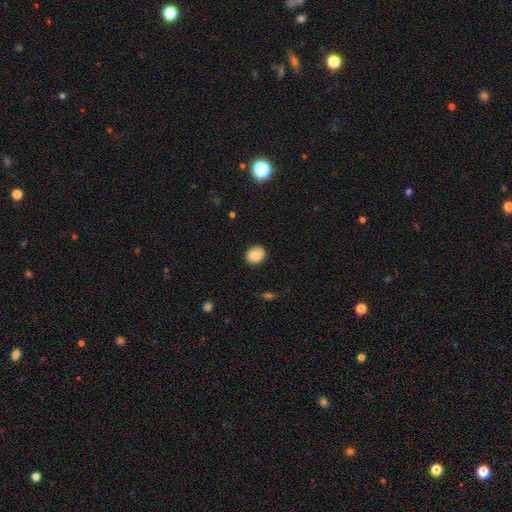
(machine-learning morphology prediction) The model was most divided on "how rounded": round: 67%, in between: 32%, cigar-shaped: 1%. More confident: merging — none (85%); smooth or featured — smooth (82%).